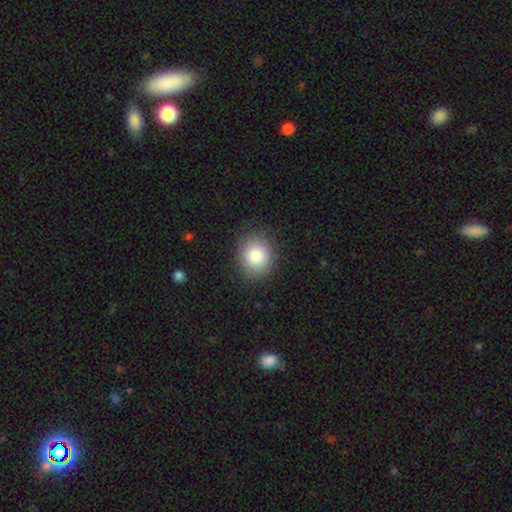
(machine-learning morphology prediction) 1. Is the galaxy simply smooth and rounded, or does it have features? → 84% smooth, 9% star or artifact, 7% featured or disk.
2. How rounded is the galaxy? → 70% round, 29% in between, 1% cigar-shaped.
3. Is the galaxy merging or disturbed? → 87% none, 9% minor disturbance, 3% major disturbance, 1% merger.